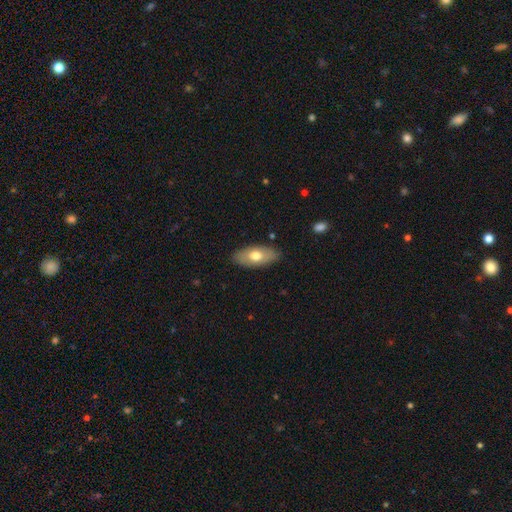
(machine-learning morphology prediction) Smooth or featured? Predicted: smooth (p=0.66). How rounded? Predicted: in between (p=0.87). Merging? Predicted: none (p=0.85).